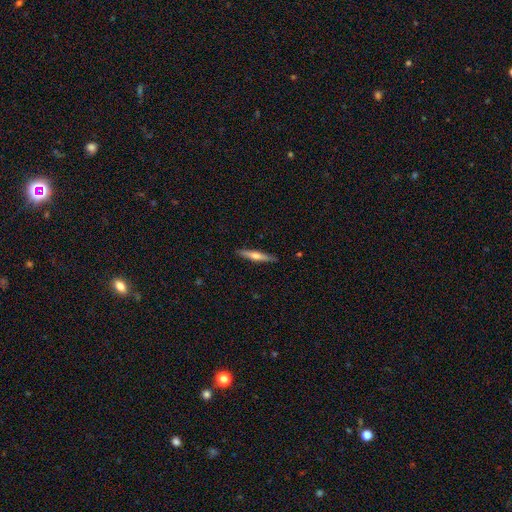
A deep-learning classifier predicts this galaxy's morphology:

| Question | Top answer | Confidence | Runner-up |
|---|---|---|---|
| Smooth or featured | featured or disk | 48% | smooth (46%) |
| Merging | none | 90% | minor disturbance (8%) |